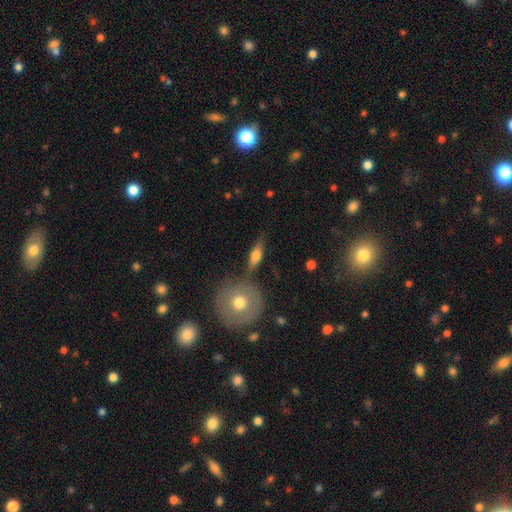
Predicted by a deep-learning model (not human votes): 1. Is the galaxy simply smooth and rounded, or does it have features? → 49% smooth, 44% featured or disk, 7% star or artifact.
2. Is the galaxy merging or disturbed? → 73% none, 14% minor disturbance, 9% merger, 5% major disturbance.